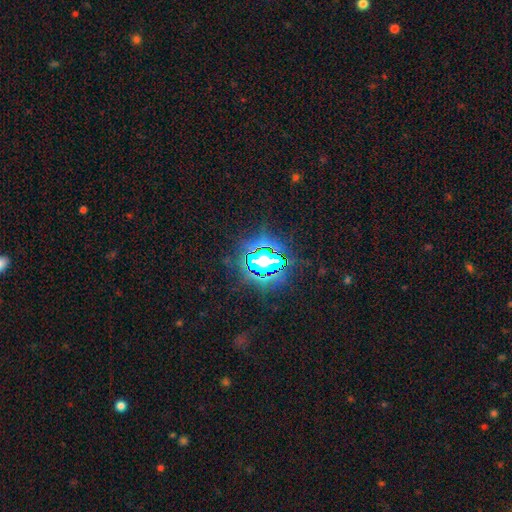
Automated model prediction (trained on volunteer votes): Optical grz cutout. It shows a star or artifact, not a galaxy (84%).